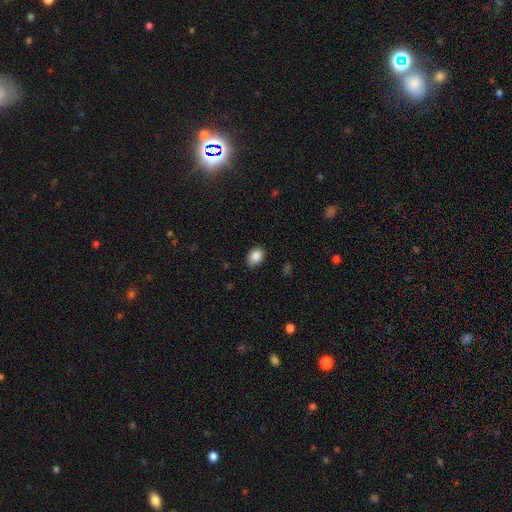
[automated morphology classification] type=smooth (87%); roundness=in between (72%); merging=none (79%).